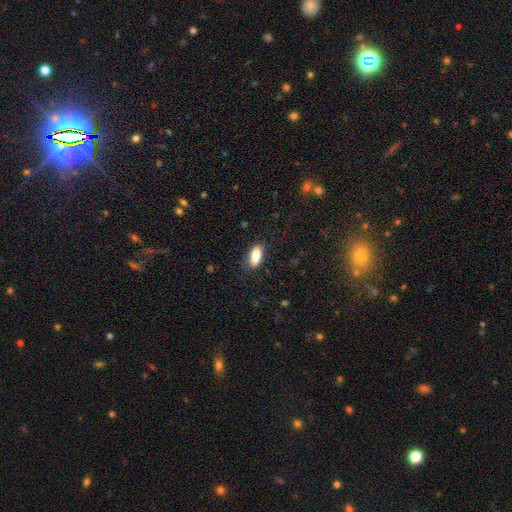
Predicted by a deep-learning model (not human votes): Q: Smooth or featured?
A: smooth (85%); runner-up: featured or disk (8%)
Q: How rounded?
A: in between (82%); runner-up: cigar-shaped (15%)
Q: Merging?
A: none (81%); runner-up: minor disturbance (14%)